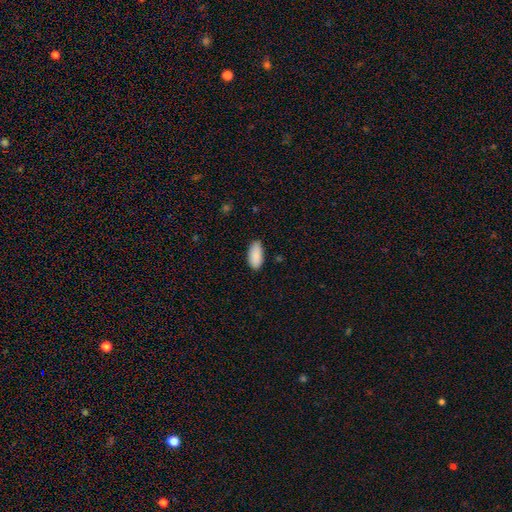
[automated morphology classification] Smooth or featured? Predicted: smooth (p=0.89). How rounded? Predicted: in between (p=0.93). Merging? Predicted: none (p=0.81).